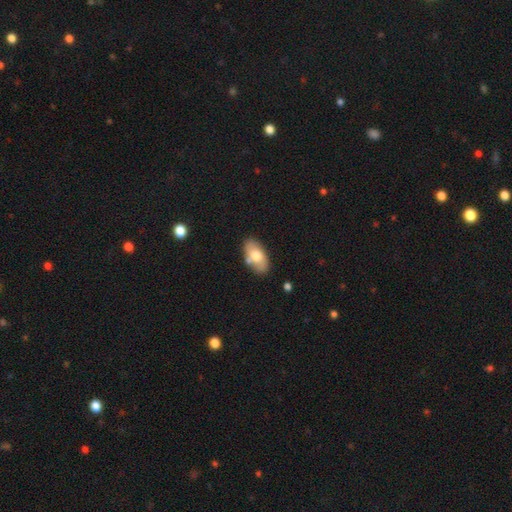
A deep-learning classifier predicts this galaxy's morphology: A smooth galaxy with no disk features (69%) that is in between round and cigar-shaped (94%). Merging: none (75%).